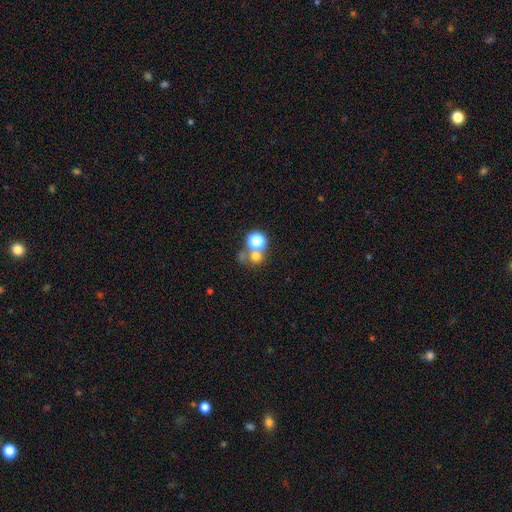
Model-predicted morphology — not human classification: A smooth galaxy with no disk features (65%) that is round (86%).

Vote fractions:
- Smooth or featured? smooth: 65% / star or artifact: 25% / featured or disk: 10%
- How rounded? round: 86% / in between: 13% / cigar-shaped: 1%
- Merging? none: 52% / merger: 35% / minor disturbance: 7% / major disturbance: 5%